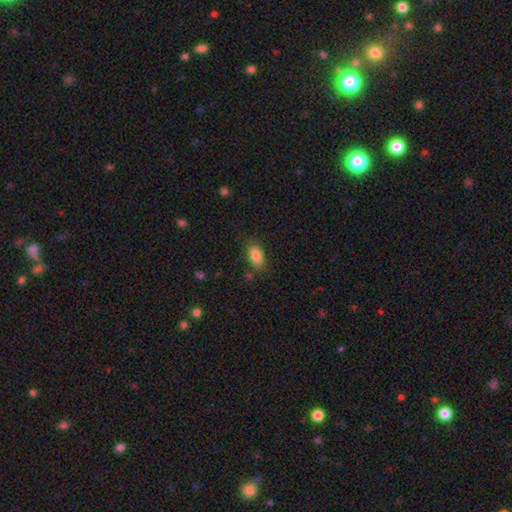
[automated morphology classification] This appears to be a smooth galaxy with no disk features (84%) that is in between round and cigar-shaped (90%). Merging: none (80%).